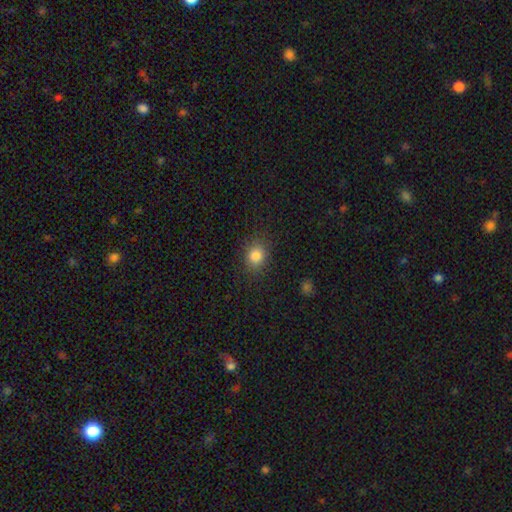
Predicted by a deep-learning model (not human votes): Smooth or featured?
  - smooth: 83% *
  - star or artifact: 11%
  - featured or disk: 6%
How rounded?
  - round: 57% *
  - in between: 42%
  - cigar-shaped: 1%
Merging?
  - none: 85% *
  - minor disturbance: 10%
  - major disturbance: 3%
  - merger: 1%